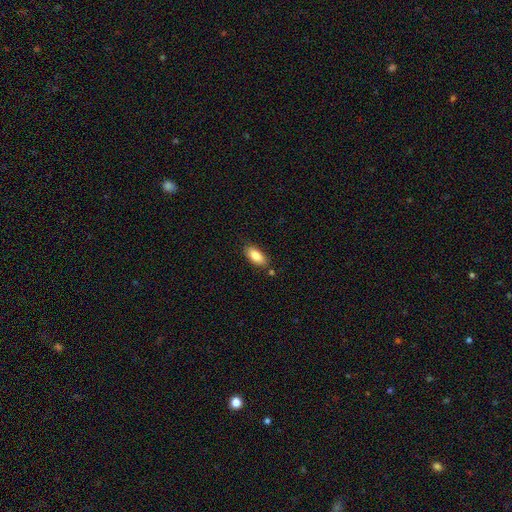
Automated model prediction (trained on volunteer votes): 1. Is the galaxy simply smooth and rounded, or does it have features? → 85% smooth, 8% featured or disk, 7% star or artifact.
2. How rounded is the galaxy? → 88% in between, 10% cigar-shaped, 2% round.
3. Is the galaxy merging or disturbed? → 80% none, 13% minor disturbance, 4% merger, 3% major disturbance.